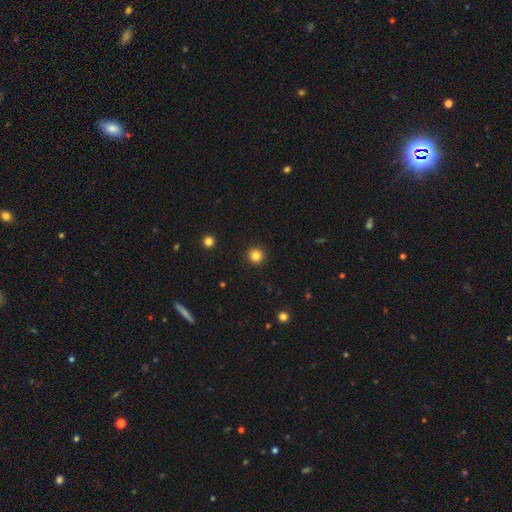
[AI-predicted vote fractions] Overall: smooth (83%). How rounded: round (96%). Merging: none (93%).